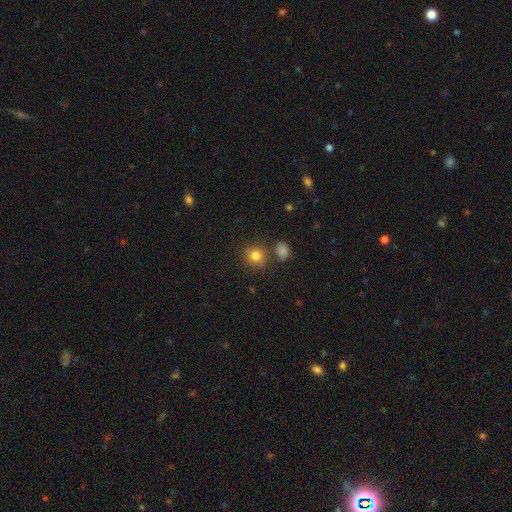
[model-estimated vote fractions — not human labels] smooth_or_featured: smooth (p=0.81) [alt: star or artifact p=0.12]
how_rounded: round (p=0.84) [alt: in between p=0.15]
merging: none (p=0.76) [alt: minor disturbance p=0.12]